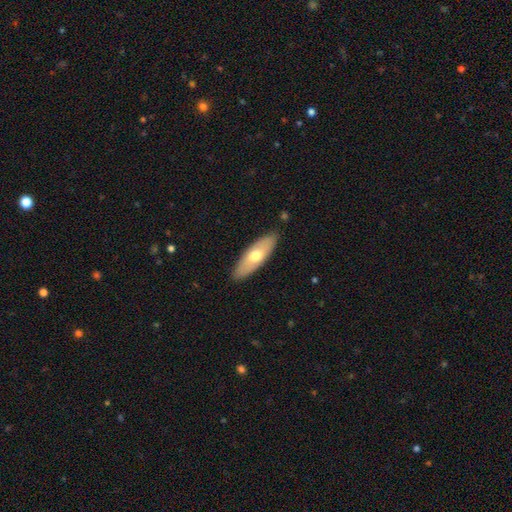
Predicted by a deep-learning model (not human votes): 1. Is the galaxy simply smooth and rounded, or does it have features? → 58% smooth, 36% featured or disk, 5% star or artifact.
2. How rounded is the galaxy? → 61% in between, 36% cigar-shaped, 2% round.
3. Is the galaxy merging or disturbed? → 87% none, 10% minor disturbance, 2% major disturbance, 1% merger.